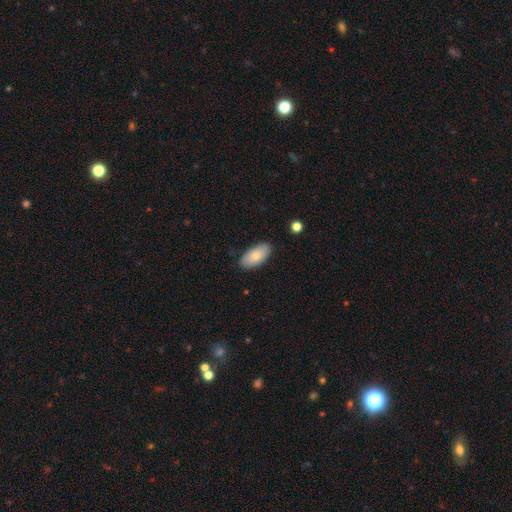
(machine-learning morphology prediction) This is likely a smooth galaxy (77%). How rounded: clearly in between (93%). Merging: clearly none (85%).